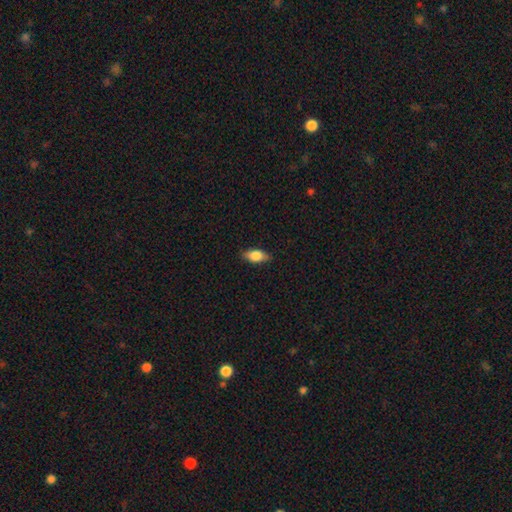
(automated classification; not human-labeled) A smooth galaxy with no disk features (79%) that is in between round and cigar-shaped (85%). Merging: none (85%).